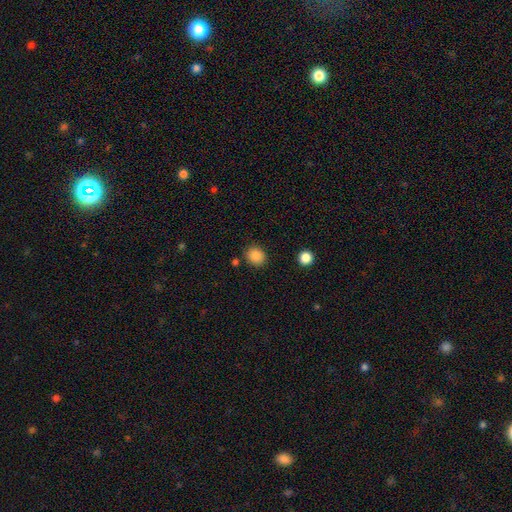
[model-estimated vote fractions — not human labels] Overall: smooth (86%). How rounded: round (69%; in between 30%). Merging: none (84%).